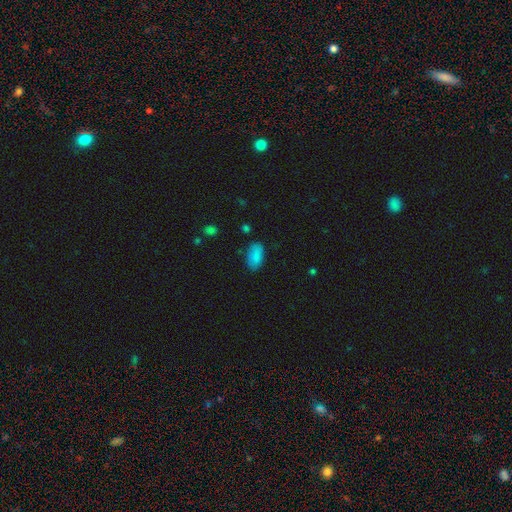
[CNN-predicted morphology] Q: Smooth or featured?
A: smooth (86%); runner-up: star or artifact (8%)
Q: How rounded?
A: in between (93%); runner-up: cigar-shaped (3%)
Q: Merging?
A: none (80%); runner-up: minor disturbance (14%)